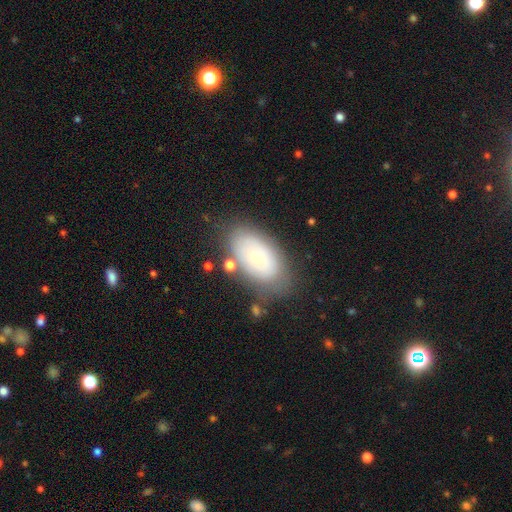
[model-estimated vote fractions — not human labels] A smooth galaxy with no disk features (55%) that is in between round and cigar-shaped (89%). Merging: none (74%).